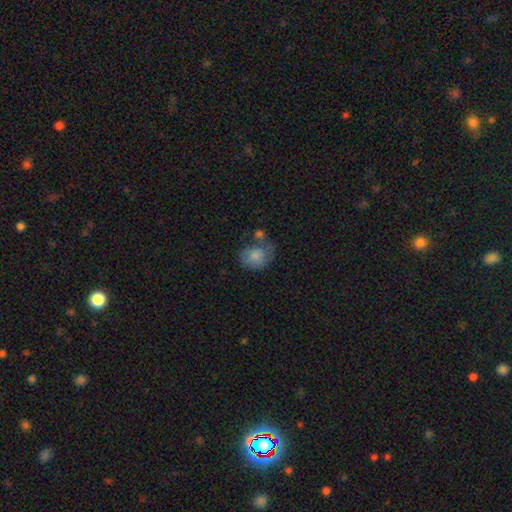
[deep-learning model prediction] Overall: smooth (75%). How rounded: round (52%; in between 47%). Merging: none (36%; minor disturbance 25%).